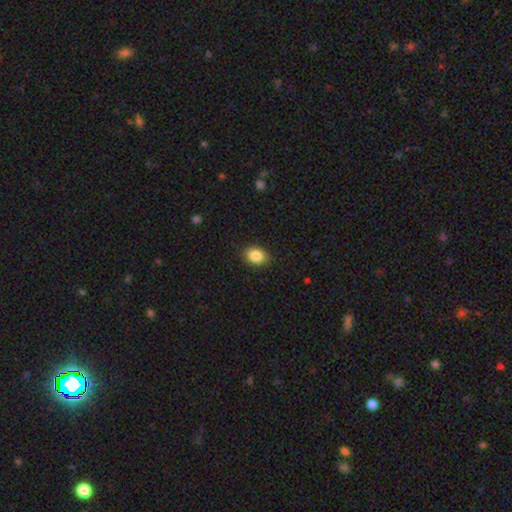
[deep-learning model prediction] Smooth or featured? Predicted: smooth (p=0.87). How rounded? Predicted: in between (p=0.64). Merging? Predicted: none (p=0.88).